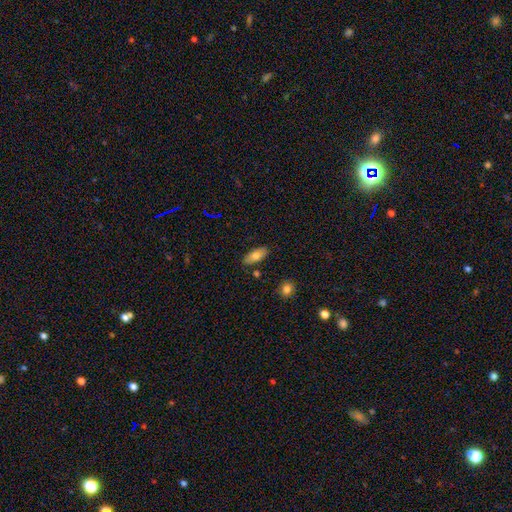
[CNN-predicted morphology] smooth 75%, featured or disk 18%, star or artifact 8%. Down the decision tree: how rounded — in between (85%); merging — none (83%).